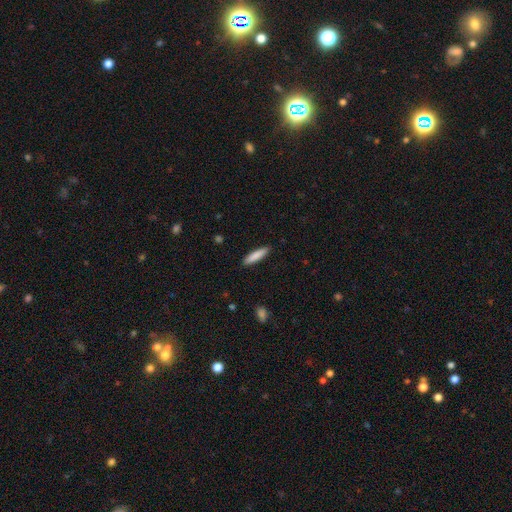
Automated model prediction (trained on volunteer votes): Smooth or featured?
  - smooth: 85% *
  - featured or disk: 10%
  - star or artifact: 6%
How rounded?
  - cigar-shaped: 81% *
  - in between: 18%
  - round: 1%
Merging?
  - none: 89% *
  - minor disturbance: 8%
  - major disturbance: 2%
  - merger: 1%